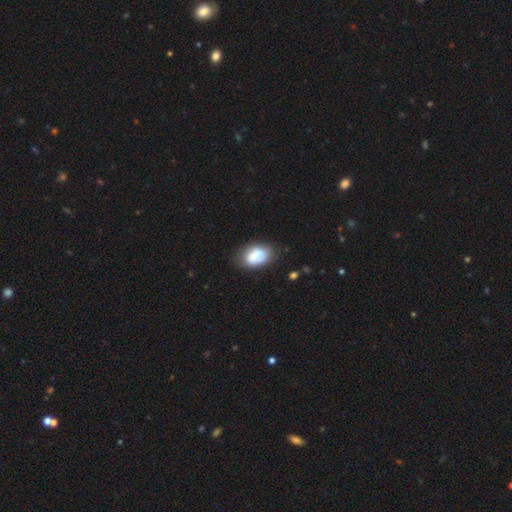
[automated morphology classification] smooth_or_featured: smooth (p=0.74) [alt: featured or disk p=0.18]
how_rounded: in between (p=0.87) [alt: round p=0.11]
merging: none (p=0.65) [alt: minor disturbance p=0.25]